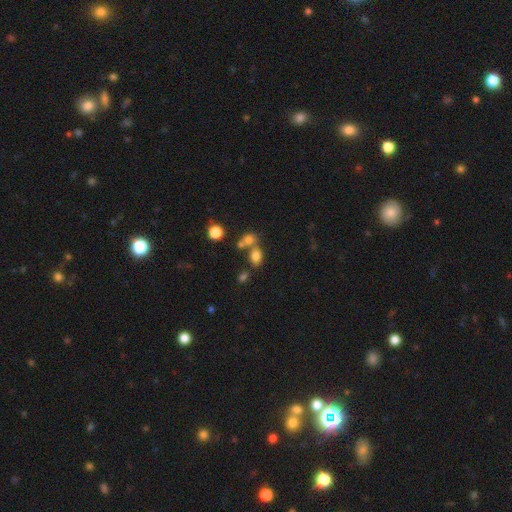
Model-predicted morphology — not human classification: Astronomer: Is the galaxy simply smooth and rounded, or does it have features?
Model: smooth — 75%.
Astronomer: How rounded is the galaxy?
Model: in between — 70%.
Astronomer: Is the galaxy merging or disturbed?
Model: none — 47% (runner-up: merger, 37%).